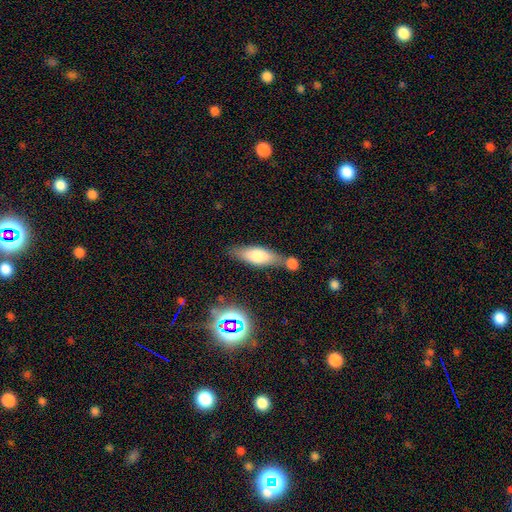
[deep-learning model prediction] A smooth galaxy with no disk features (70%) that is in between round and cigar-shaped (63%).

Vote fractions:
- Smooth or featured? smooth: 70% / featured or disk: 22% / star or artifact: 8%
- How rounded? in between: 63% / cigar-shaped: 34% / round: 3%
- Merging? none: 57% / merger: 23% / minor disturbance: 16% / major disturbance: 4%